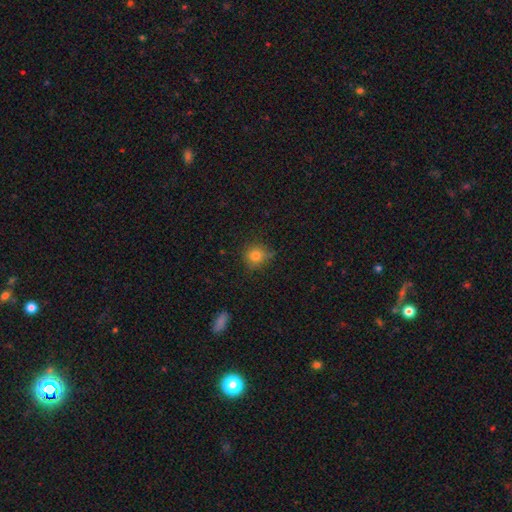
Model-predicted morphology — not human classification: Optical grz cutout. It shows a smooth galaxy with no disk features (79%) that is round (86%). Merging: none (73%).